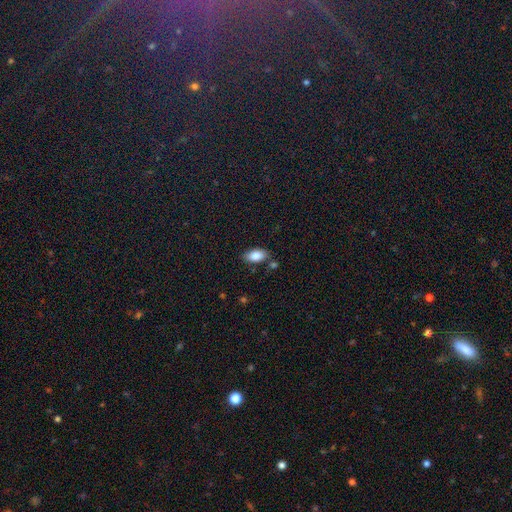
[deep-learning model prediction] Smooth or featured?
  - smooth: 85% *
  - featured or disk: 7%
  - star or artifact: 7%
How rounded?
  - in between: 92% *
  - round: 4%
  - cigar-shaped: 4%
Merging?
  - none: 77% *
  - minor disturbance: 14%
  - merger: 7%
  - major disturbance: 3%